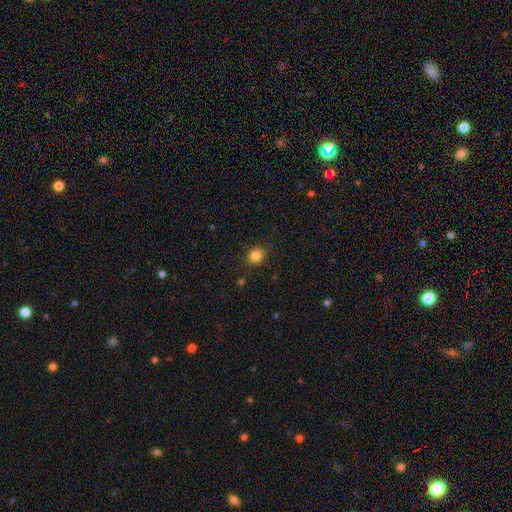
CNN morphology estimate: This is clearly a smooth galaxy (83%). How rounded: likely round (76%). Merging: clearly none (87%).